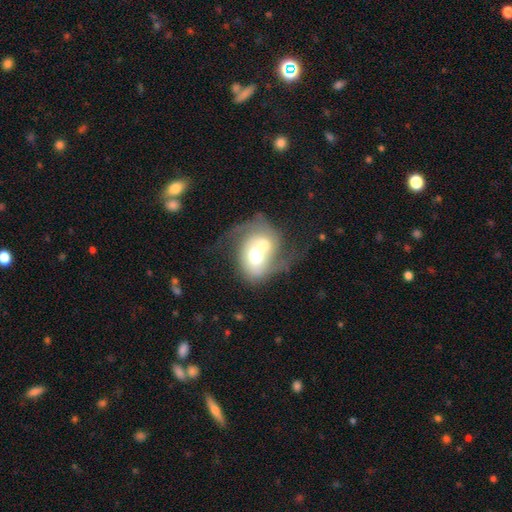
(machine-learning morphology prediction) type=featured or disk (55%); edge-on=no (97%); bar=no (80%); spiral arms=yes (57%); bulge=moderate (60%); merging=merger (71%).